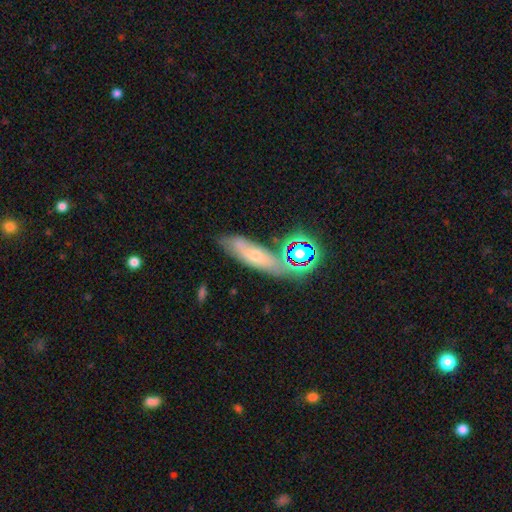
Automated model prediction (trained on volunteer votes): A smooth galaxy with no disk features (43%). Merging: none (63%).